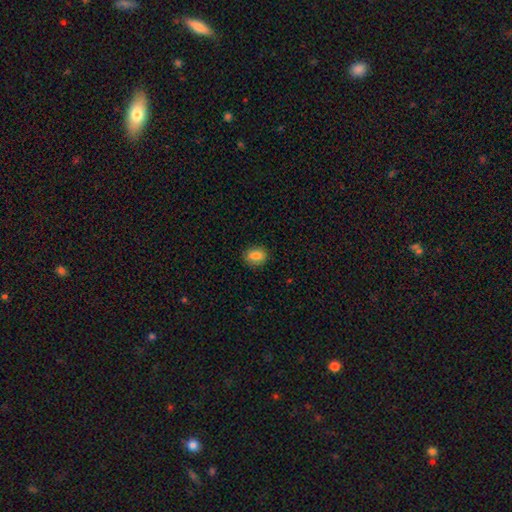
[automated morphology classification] Smooth or featured? smooth (84%)
How rounded? in between (65%)
Merging? none (86%)